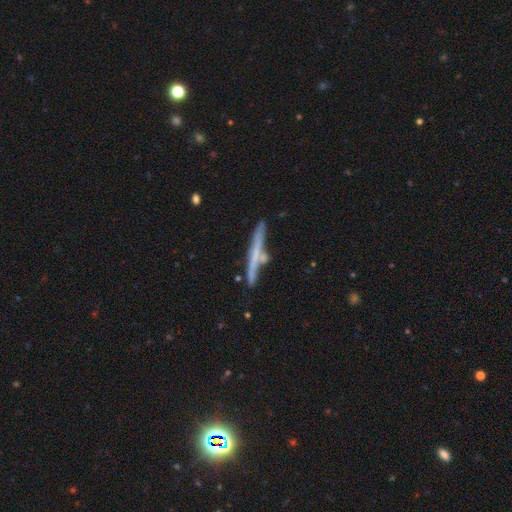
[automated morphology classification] Smooth or featured? Predicted: featured or disk (p=0.54). Edge-on disk? Predicted: yes (p=0.94). Edge-on bulge? Predicted: none (p=0.71). Merging? Predicted: none (p=0.69).